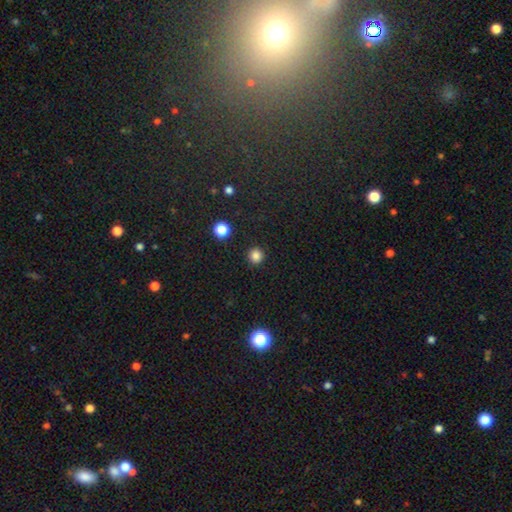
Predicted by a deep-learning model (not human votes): A smooth galaxy with no disk features (84%) that is round (94%).

Vote fractions:
- Smooth or featured? smooth: 84% / star or artifact: 13% / featured or disk: 3%
- How rounded? round: 94% / in between: 5% / cigar-shaped: 1%
- Merging? none: 91% / minor disturbance: 5% / major disturbance: 2% / merger: 1%